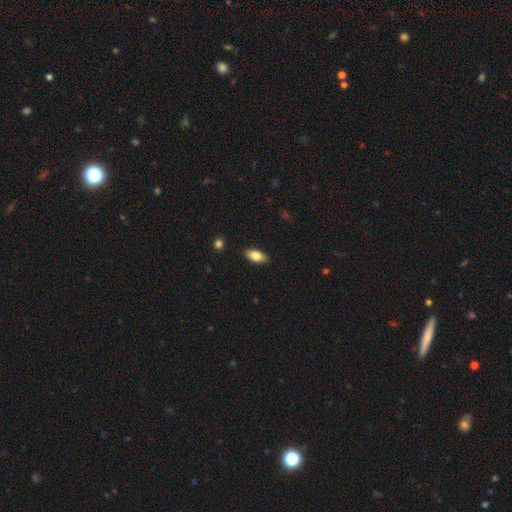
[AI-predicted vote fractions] smooth-or-featured: smooth: 81% | featured or disk: 12% | star or artifact: 7%
  how-rounded: in between: 89% | cigar-shaped: 8% | round: 3%
  merging: none: 89% | minor disturbance: 8% | major disturbance: 2% | merger: 1%